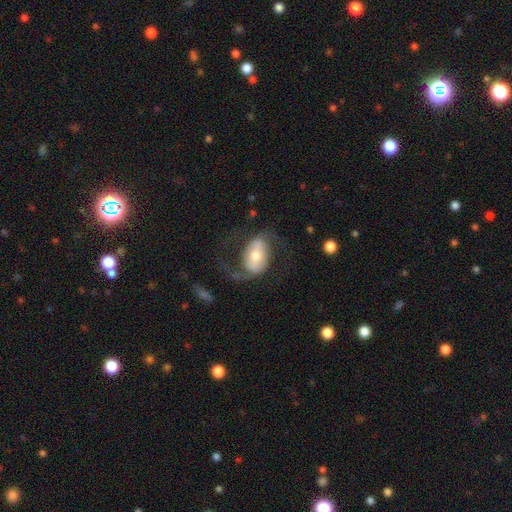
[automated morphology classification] The model was most divided on "bar": strong: 38%, weak: 35%, no: 27%. Remaining: edge-on disk — no (95%); spiral arm count — 2 (86%); spiral arms — yes (80%); smooth or featured — featured or disk (69%); bulge size — moderate (61%); merging — none (56%); spiral winding — loose (49%).